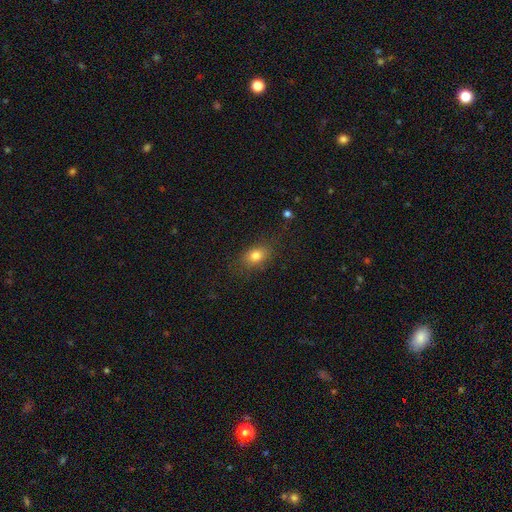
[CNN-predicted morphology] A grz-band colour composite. It shows a smooth galaxy with no disk features (81%) that is in between round and cigar-shaped (73%). Merging: none (80%).